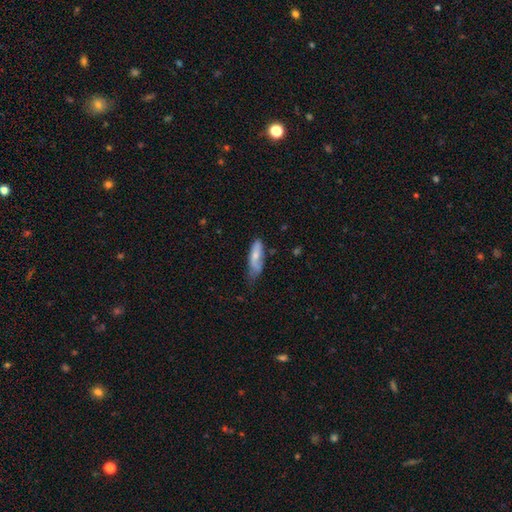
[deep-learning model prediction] This appears to be a smooth galaxy with no disk features (65%) that is in between round and cigar-shaped (60%). Merging: minor disturbance (41%).